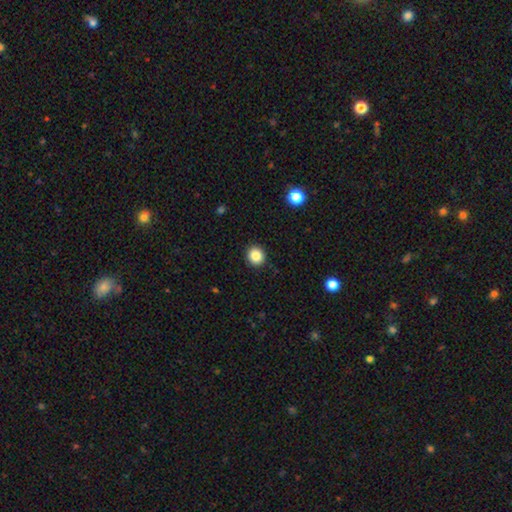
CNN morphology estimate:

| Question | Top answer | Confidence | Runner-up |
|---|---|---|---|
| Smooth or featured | smooth | 86% | star or artifact (10%) |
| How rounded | round | 87% | in between (12%) |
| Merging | none | 92% | minor disturbance (5%) |